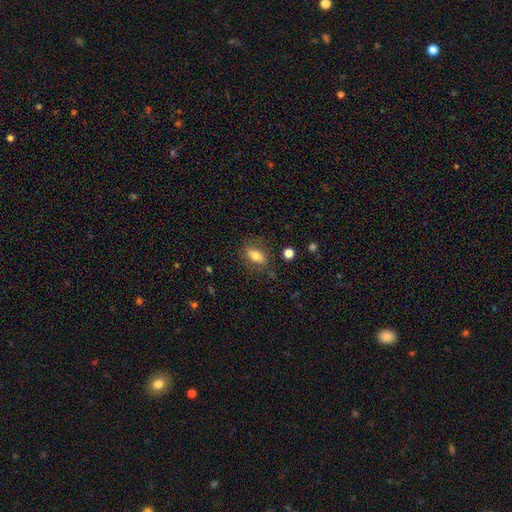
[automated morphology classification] Smooth or featured? smooth (73%)
How rounded? in between (85%)
Merging? none (74%)